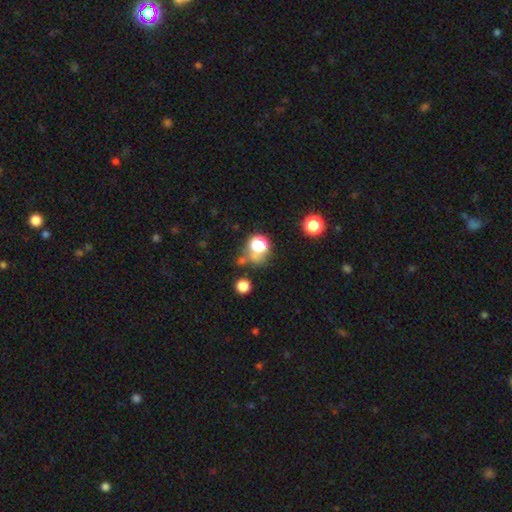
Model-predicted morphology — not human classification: Smooth or featured: smooth — 59% (star or artifact — 32%)
How rounded: round — 82% (in between — 17%)
Merging: none — 60% (merger — 18%)